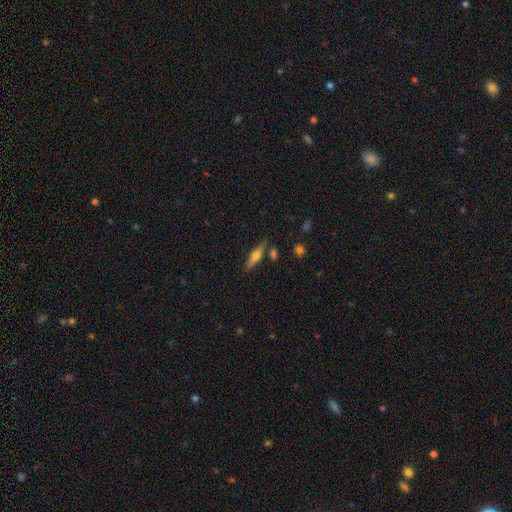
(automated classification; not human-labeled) Overall: smooth (49%; featured or disk 44%). Merging: none (80%).